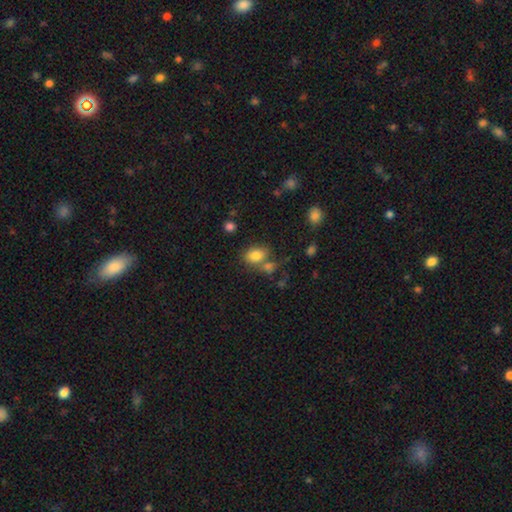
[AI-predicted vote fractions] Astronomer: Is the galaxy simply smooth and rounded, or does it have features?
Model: smooth — 81%.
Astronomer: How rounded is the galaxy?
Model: in between — 77%.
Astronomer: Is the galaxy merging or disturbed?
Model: none — 55%.